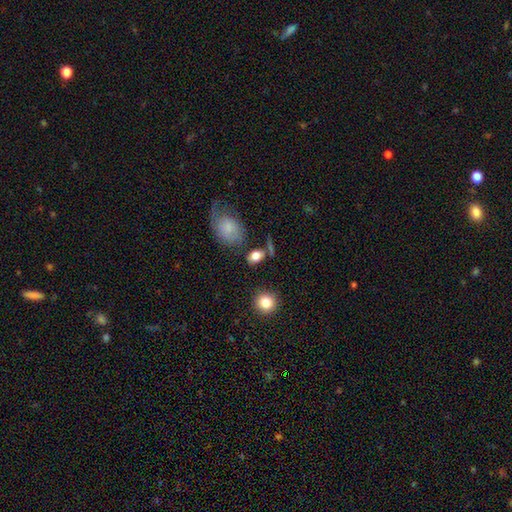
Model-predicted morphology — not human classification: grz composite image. It shows a smooth galaxy with no disk features (78%) that is in between round and cigar-shaped (66%). Merging: none (69%).